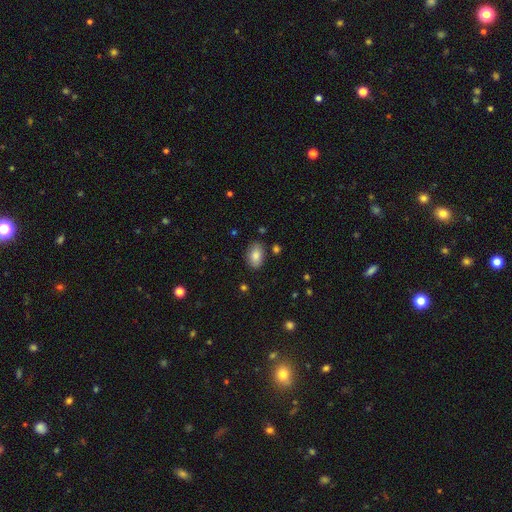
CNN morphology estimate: This appears to be a smooth galaxy with no disk features (83%) that is in between round and cigar-shaped (90%). Merging: none (83%).